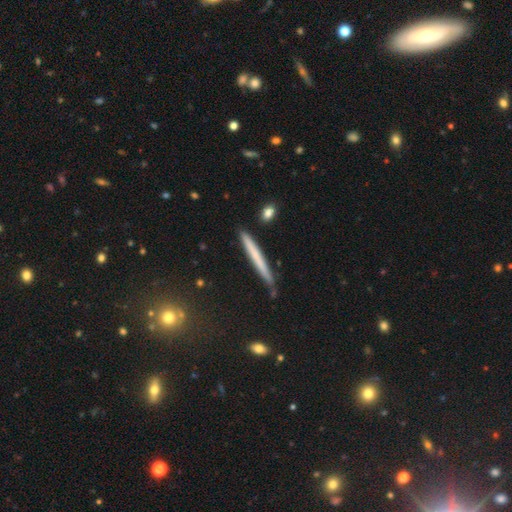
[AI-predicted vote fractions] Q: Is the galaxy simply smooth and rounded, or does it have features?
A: smooth — 55%.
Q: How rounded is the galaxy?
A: cigar-shaped — 97%.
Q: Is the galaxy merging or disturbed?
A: none — 86%.